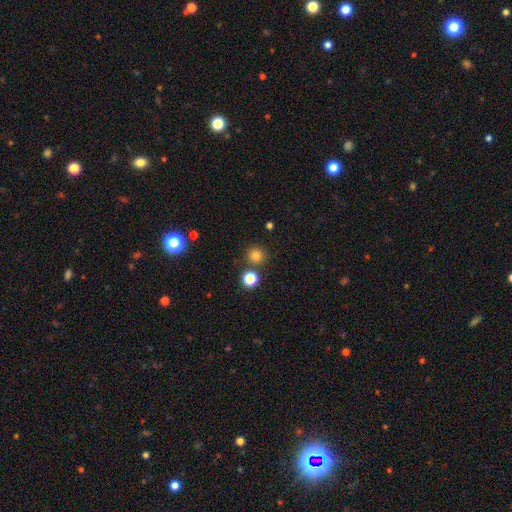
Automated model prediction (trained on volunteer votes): Morphology: type=smooth (80%); roundness=round (93%); merging=none (81%).